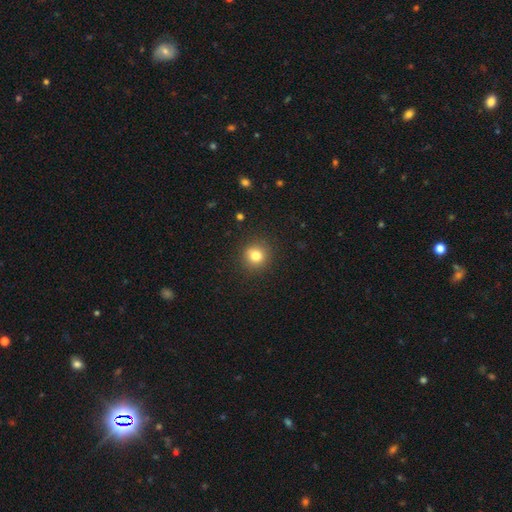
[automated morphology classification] smooth_or_featured: smooth (p=0.81) [alt: star or artifact p=0.12]
how_rounded: round (p=0.90) [alt: in between p=0.09]
merging: none (p=0.90) [alt: minor disturbance p=0.06]